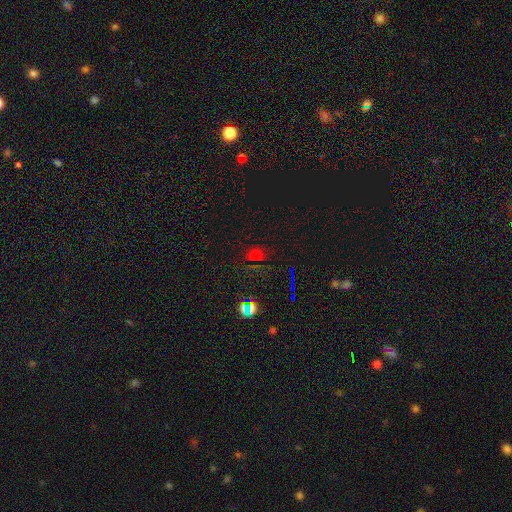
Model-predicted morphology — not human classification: star or artifact 53%, smooth 40%, featured or disk 7%.